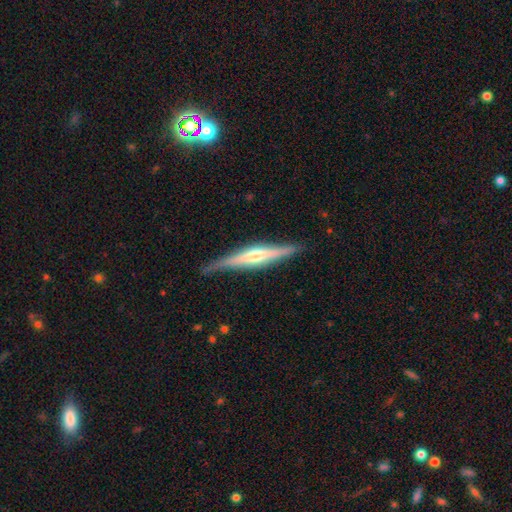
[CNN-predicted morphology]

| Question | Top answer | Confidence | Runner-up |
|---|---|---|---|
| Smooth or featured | featured or disk | 72% | smooth (23%) |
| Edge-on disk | yes | 96% | no (4%) |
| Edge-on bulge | rounded | 77% | boxy (12%) |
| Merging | none | 83% | minor disturbance (13%) |